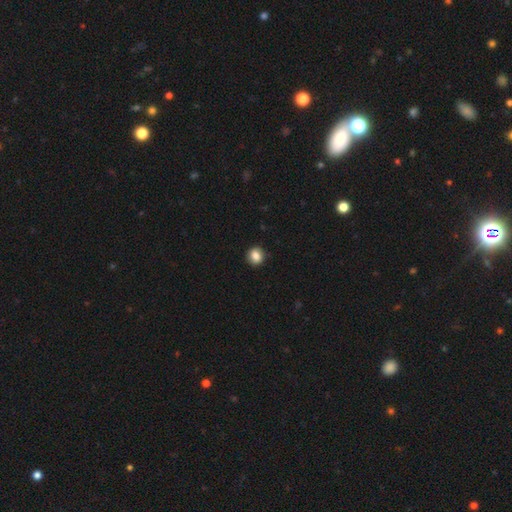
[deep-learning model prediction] Smooth or featured: smooth — 85% (star or artifact — 9%)
How rounded: round — 85% (in between — 14%)
Merging: none — 90% (minor disturbance — 8%)